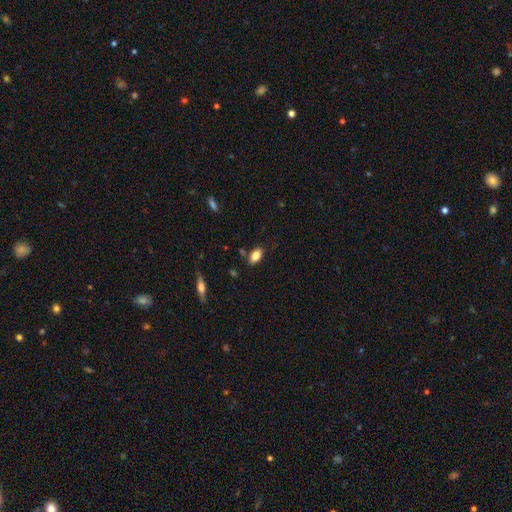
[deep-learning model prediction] Smooth or featured: smooth — 82% (featured or disk — 10%)
How rounded: in between — 90% (round — 6%)
Merging: none — 81% (minor disturbance — 13%)